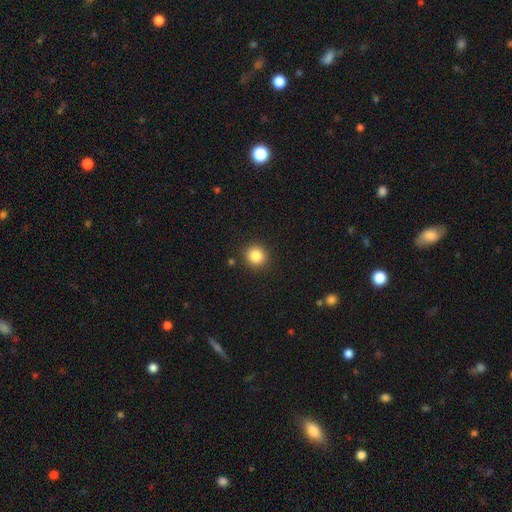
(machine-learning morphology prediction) type=smooth (85%); roundness=round (92%); merging=none (91%).